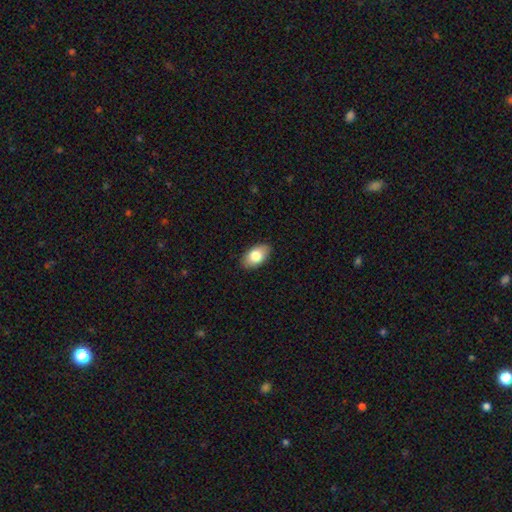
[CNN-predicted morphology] smooth 79%, featured or disk 14%, star or artifact 7%. Down the decision tree: how rounded — in between (92%); merging — none (87%).